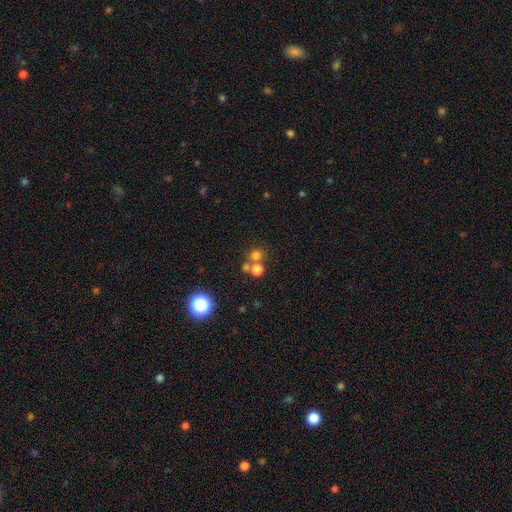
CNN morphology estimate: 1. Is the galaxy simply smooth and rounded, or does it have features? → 70% smooth, 21% star or artifact, 9% featured or disk.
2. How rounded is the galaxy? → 87% round, 12% in between, 1% cigar-shaped.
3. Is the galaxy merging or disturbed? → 57% none, 33% merger, 6% minor disturbance, 4% major disturbance.